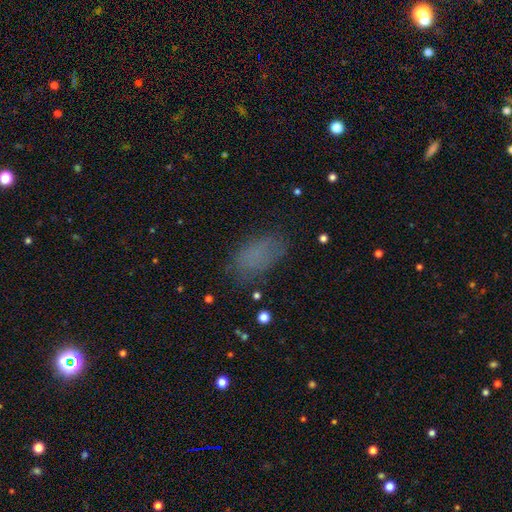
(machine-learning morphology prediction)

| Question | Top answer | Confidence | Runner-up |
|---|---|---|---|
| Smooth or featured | smooth | 74% | star or artifact (16%) |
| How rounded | in between | 91% | round (5%) |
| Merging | none | 70% | minor disturbance (19%) |